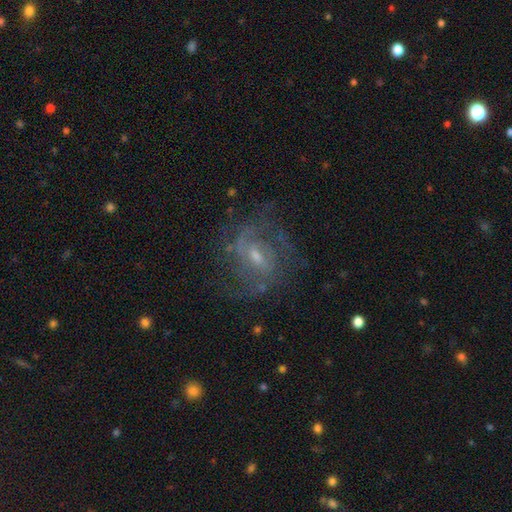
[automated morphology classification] type=featured or disk (79%); edge-on=no (96%); bar=weak (55%); spiral arms=yes (89%); winding=medium (46%); arm count=2 (42%); bulge=small (53%); merging=none (67%).